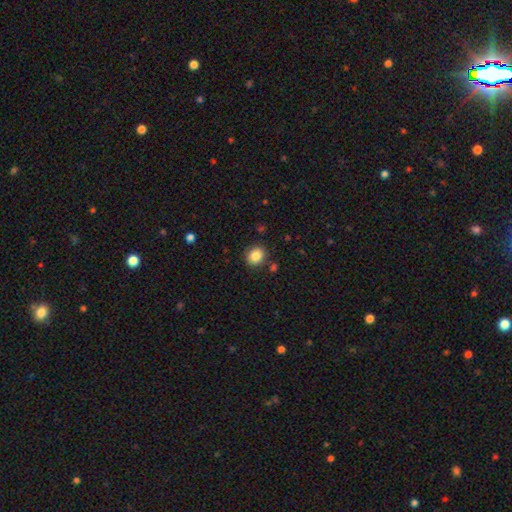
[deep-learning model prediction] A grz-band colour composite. It shows a smooth galaxy with no disk features (85%) that is round (65%). Merging: none (85%).